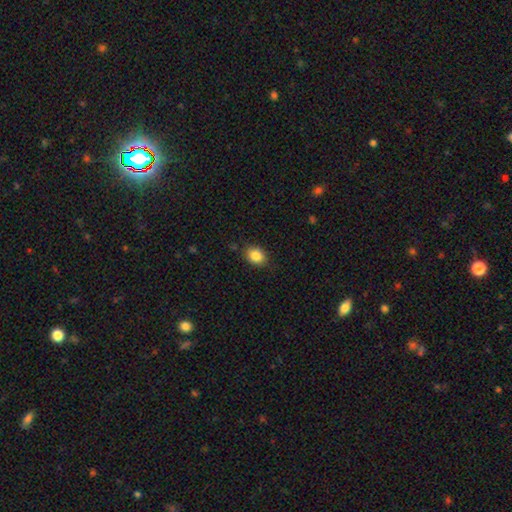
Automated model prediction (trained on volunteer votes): Q: Smooth or featured?
A: smooth (85%); runner-up: star or artifact (9%)
Q: How rounded?
A: in between (53%); runner-up: round (46%)
Q: Merging?
A: none (85%); runner-up: minor disturbance (12%)